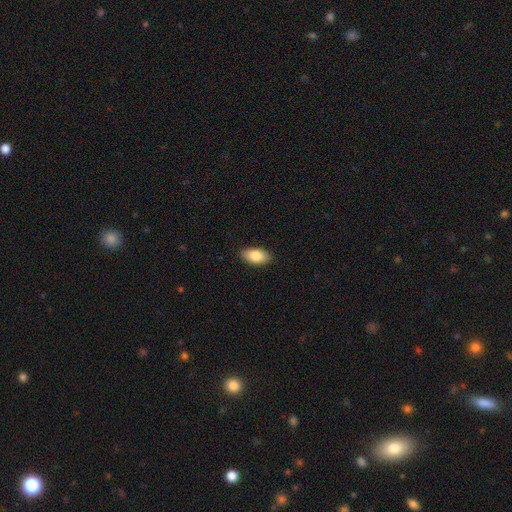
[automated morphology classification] smooth_or_featured: smooth (p=0.84) [alt: featured or disk p=0.10]
how_rounded: in between (p=0.93) [alt: cigar-shaped p=0.04]
merging: none (p=0.89) [alt: minor disturbance p=0.08]